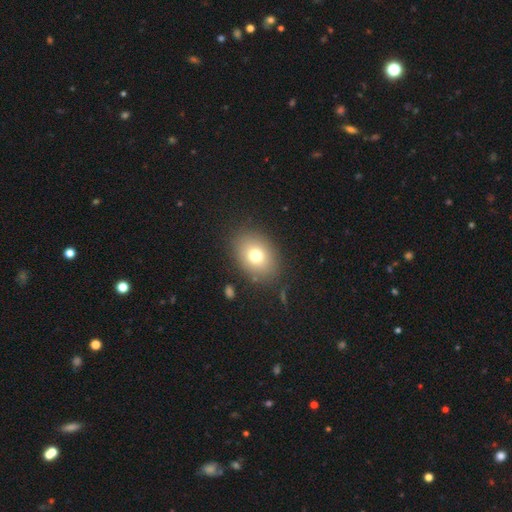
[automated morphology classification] The model was most divided on "how rounded": in between: 68%, round: 31%, cigar-shaped: 1%. More confident: merging — none (84%); smooth or featured — smooth (75%).